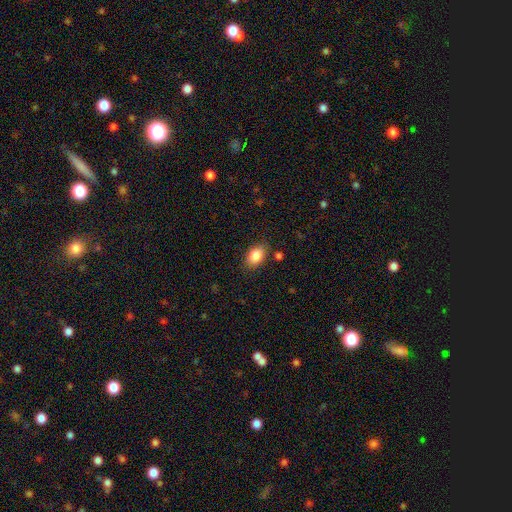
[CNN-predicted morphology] smooth-or-featured: smooth: 85% | star or artifact: 8% | featured or disk: 6%
  how-rounded: in between: 84% | round: 15% | cigar-shaped: 2%
  merging: none: 82% | minor disturbance: 12% | major disturbance: 3% | merger: 3%